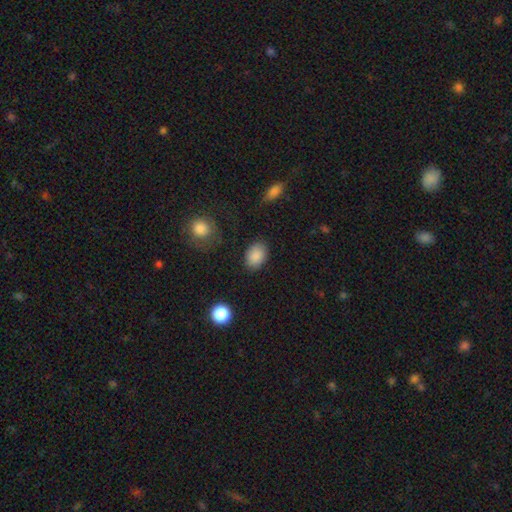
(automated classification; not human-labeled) smooth-or-featured: smooth: 88% | star or artifact: 8% | featured or disk: 4%
  how-rounded: in between: 79% | round: 20% | cigar-shaped: 1%
  merging: none: 84% | minor disturbance: 11% | major disturbance: 3% | merger: 2%